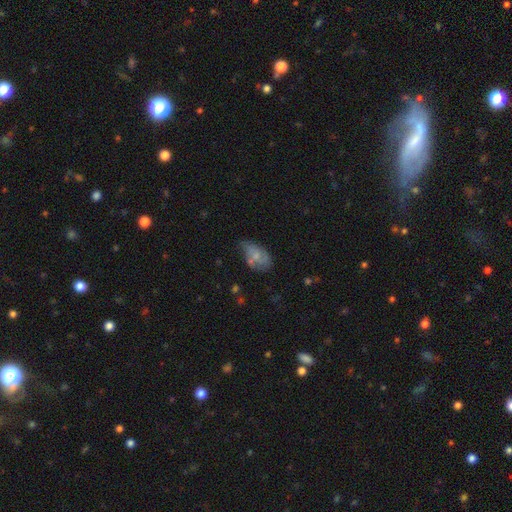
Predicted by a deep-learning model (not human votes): Q: Smooth or featured?
A: smooth (57%); runner-up: featured or disk (35%)
Q: How rounded?
A: in between (90%); runner-up: round (7%)
Q: Merging?
A: none (35%); tied with: minor disturbance (35%)